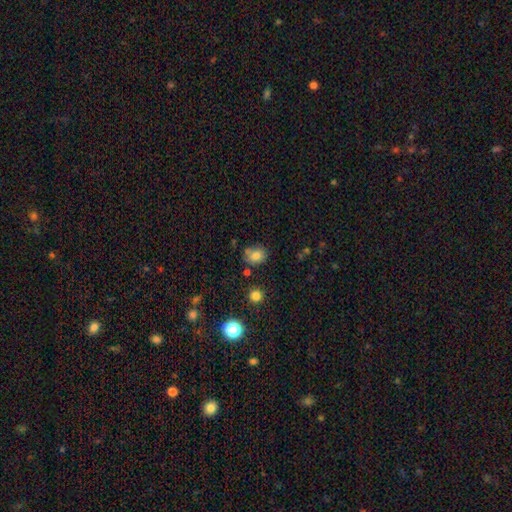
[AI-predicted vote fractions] A smooth galaxy with no disk features (78%) that is round (51%).

Vote fractions:
- Smooth or featured? smooth: 78% / star or artifact: 13% / featured or disk: 9%
- How rounded? round: 51% / in between: 48% / cigar-shaped: 1%
- Merging? none: 69% / minor disturbance: 19% / merger: 7% / major disturbance: 5%